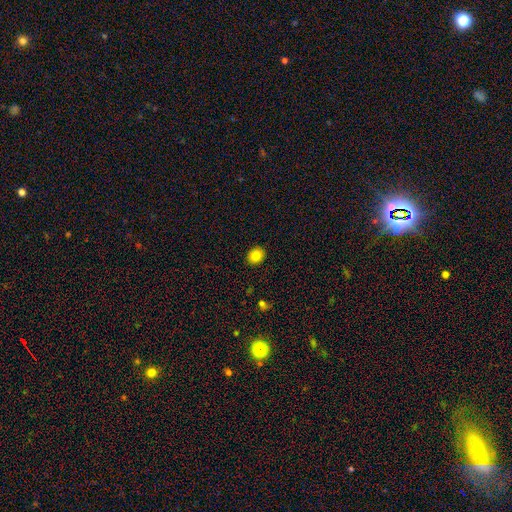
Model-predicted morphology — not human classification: This is clearly a smooth galaxy (84%). How rounded: possibly round (58%). Merging: clearly none (91%).